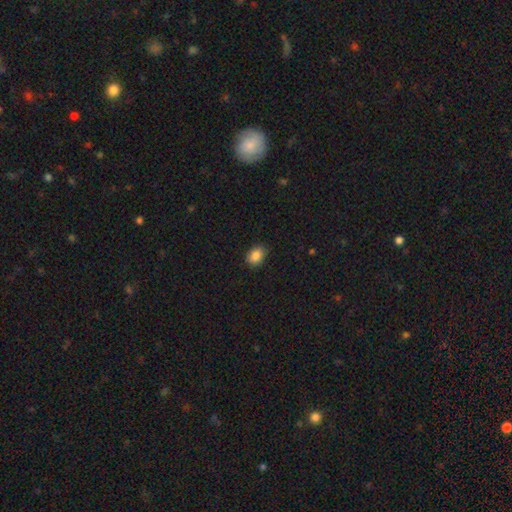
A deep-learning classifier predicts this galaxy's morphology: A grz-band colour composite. It shows a smooth galaxy with no disk features (87%) that is in between round and cigar-shaped (68%). Merging: none (82%).